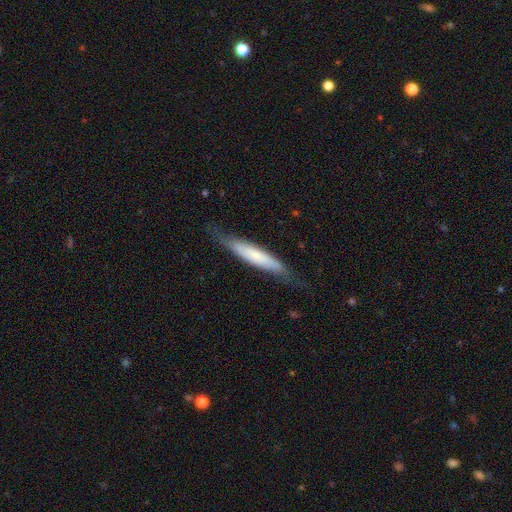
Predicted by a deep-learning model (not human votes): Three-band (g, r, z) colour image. It shows a smooth galaxy with no disk features (53%) that is cigar-shaped (88%). Merging: none (73%).